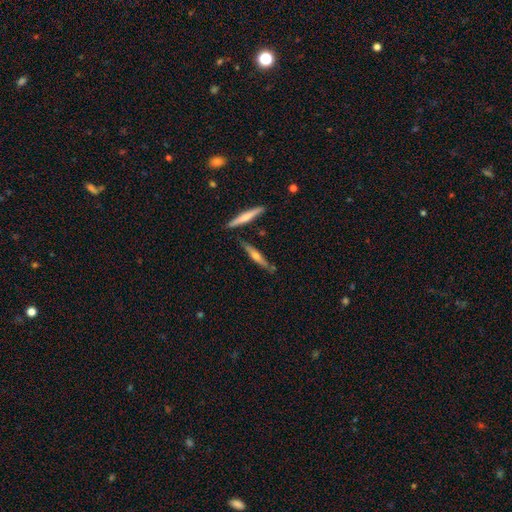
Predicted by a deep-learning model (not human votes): Overall: featured or disk (55%; smooth 39%). Edge-on disk: yes (93%). Edge-on bulge: rounded (73%). Merging: none (77%).